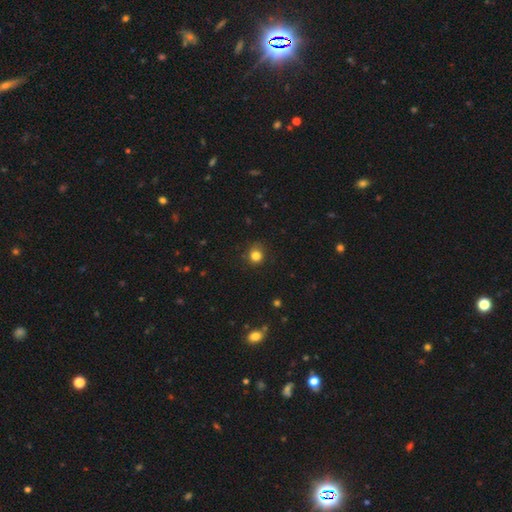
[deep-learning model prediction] Smooth or featured? smooth (82%)
How rounded? round (84%)
Merging? none (80%)